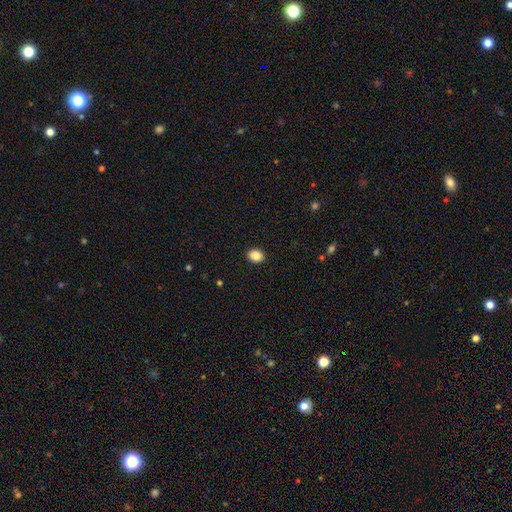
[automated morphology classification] Smooth or featured? Predicted: smooth (p=0.86). How rounded? Predicted: in between (p=0.52). Merging? Predicted: none (p=0.92).